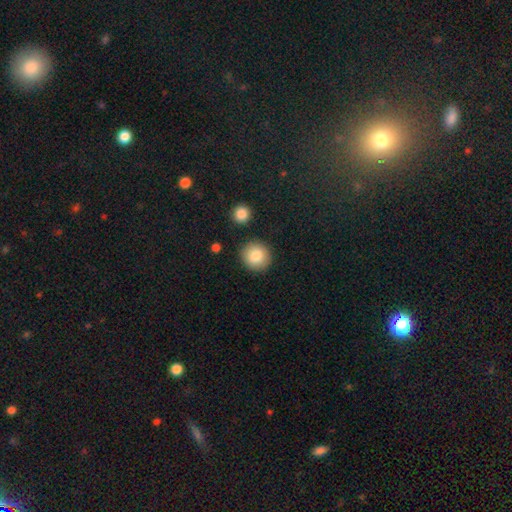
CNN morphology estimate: Smooth or featured? smooth (84%)
How rounded? round (92%)
Merging? none (89%)